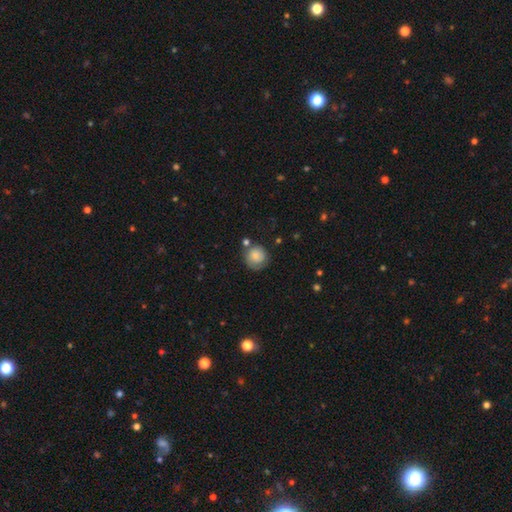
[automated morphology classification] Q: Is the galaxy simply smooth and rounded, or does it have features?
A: smooth — 75%.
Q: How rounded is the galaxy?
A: round — 91%.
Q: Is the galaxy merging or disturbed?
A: none — 68%.